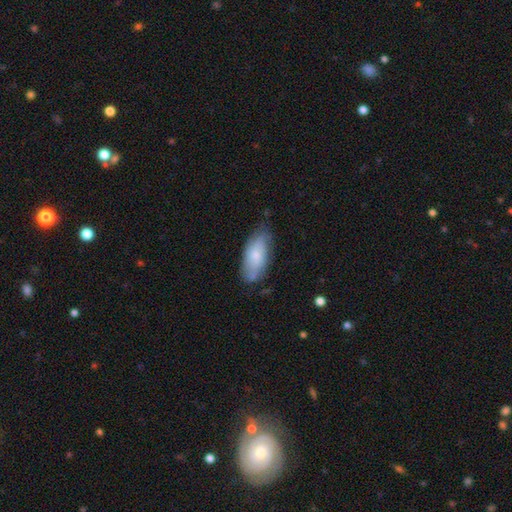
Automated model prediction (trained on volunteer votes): Q: Smooth or featured?
A: smooth (64%); runner-up: featured or disk (30%)
Q: How rounded?
A: in between (87%); runner-up: cigar-shaped (11%)
Q: Merging?
A: none (61%); runner-up: minor disturbance (29%)